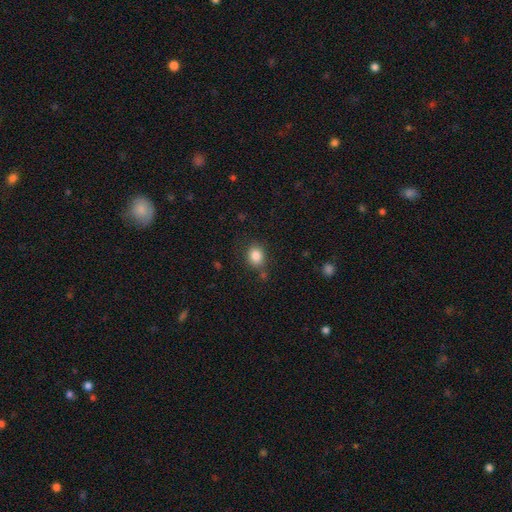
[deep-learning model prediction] A smooth galaxy with no disk features (85%) that is round (61%).

Vote fractions:
- Smooth or featured? smooth: 85% / star or artifact: 10% / featured or disk: 6%
- How rounded? round: 61% / in between: 38% / cigar-shaped: 1%
- Merging? none: 76% / minor disturbance: 15% / merger: 5% / major disturbance: 4%